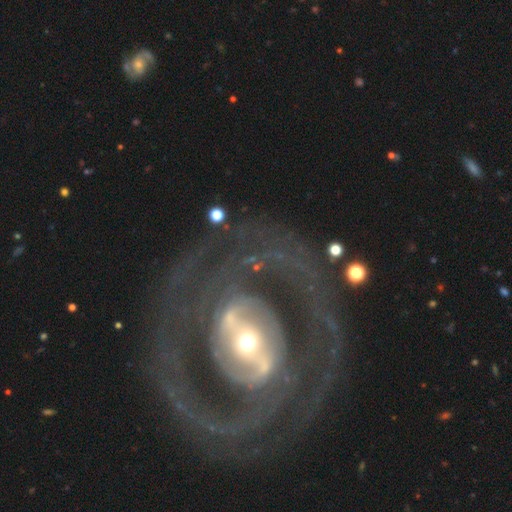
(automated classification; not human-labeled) The model was most divided on "bar": strong: 37%, no: 34%, weak: 30%. Remaining: edge-on disk — no (96%); smooth or featured — featured or disk (86%); spiral arms — yes (80%); merging — none (74%); spiral arm count — 2 (63%); spiral winding — tight (54%); bulge size — moderate (46%).